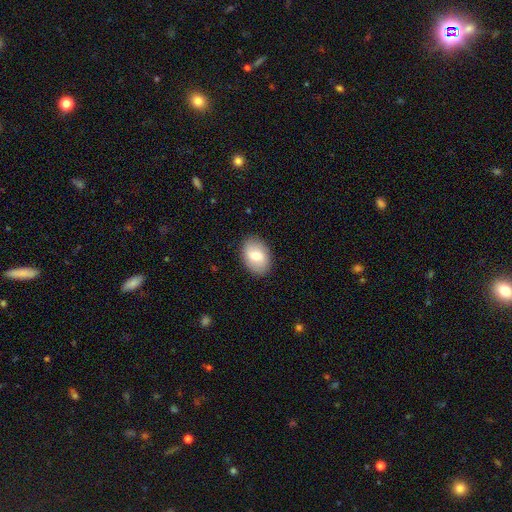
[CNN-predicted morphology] Smooth or featured?
  - smooth: 73% *
  - featured or disk: 20%
  - star or artifact: 7%
How rounded?
  - in between: 83% *
  - round: 16%
  - cigar-shaped: 1%
Merging?
  - none: 88% *
  - minor disturbance: 9%
  - major disturbance: 2%
  - merger: 1%